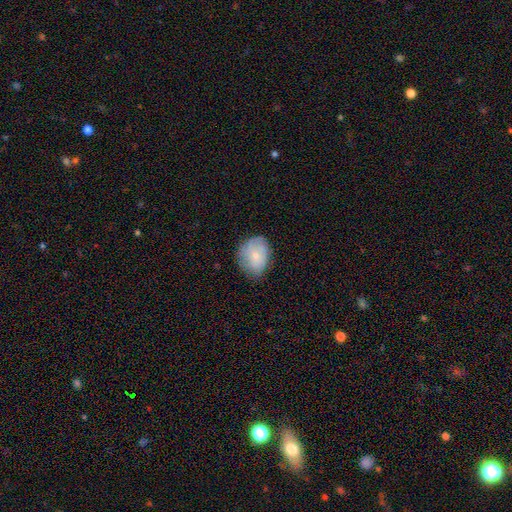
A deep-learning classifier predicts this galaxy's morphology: type=smooth (64%); roundness=in between (58%); merging=none (66%).